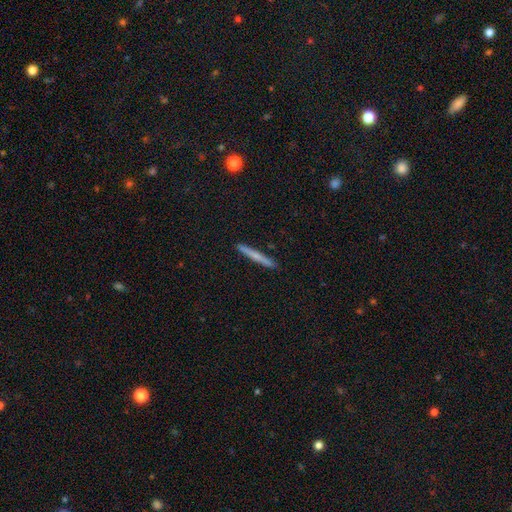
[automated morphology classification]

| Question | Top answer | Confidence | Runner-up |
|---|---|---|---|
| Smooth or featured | smooth | 56% | featured or disk (38%) |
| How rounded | cigar-shaped | 96% | in between (2%) |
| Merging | none | 92% | minor disturbance (6%) |